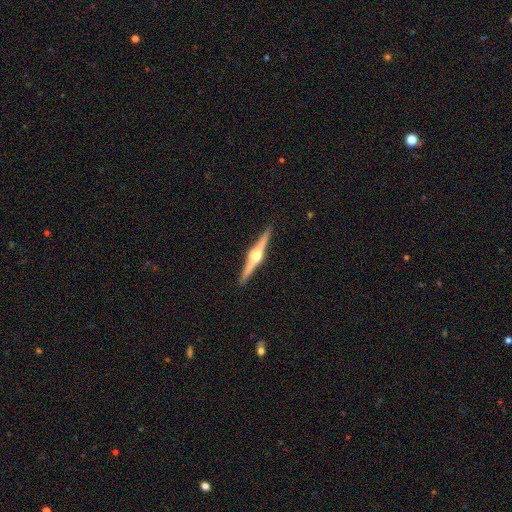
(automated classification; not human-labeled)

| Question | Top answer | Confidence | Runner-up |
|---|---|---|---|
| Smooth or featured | featured or disk | 84% | smooth (11%) |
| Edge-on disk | yes | 99% | no (1%) |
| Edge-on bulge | rounded | 95% | boxy (3%) |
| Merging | none | 92% | minor disturbance (6%) |